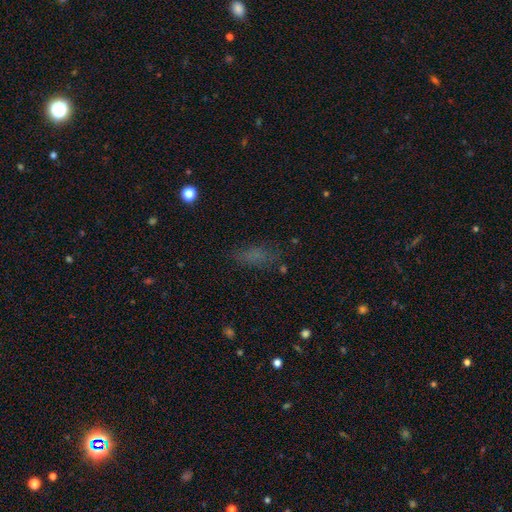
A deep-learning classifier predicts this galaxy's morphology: A smooth galaxy with no disk features (67%) that is in between round and cigar-shaped (67%).

Vote fractions:
- Smooth or featured? smooth: 67% / star or artifact: 20% / featured or disk: 12%
- How rounded? in between: 67% / cigar-shaped: 28% / round: 5%
- Merging? none: 70% / minor disturbance: 18% / major disturbance: 9% / merger: 3%